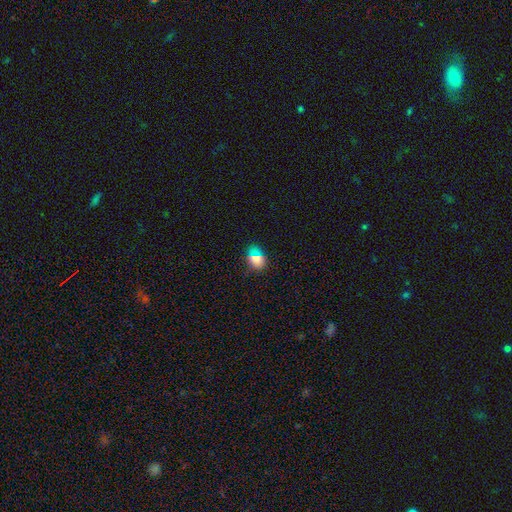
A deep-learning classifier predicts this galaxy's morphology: smooth-or-featured: smooth: 72% | star or artifact: 19% | featured or disk: 9%
  how-rounded: in between: 61% | round: 36% | cigar-shaped: 3%
  merging: none: 79% | minor disturbance: 14% | major disturbance: 4% | merger: 3%